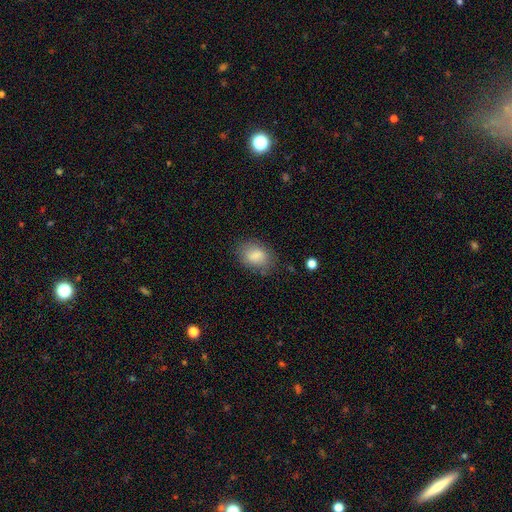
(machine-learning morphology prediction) Smooth or featured: smooth — 84% (featured or disk — 8%)
How rounded: in between — 78% (round — 21%)
Merging: none — 74% (minor disturbance — 18%)